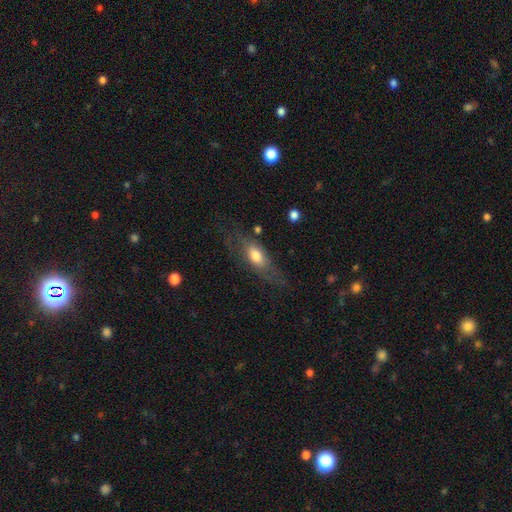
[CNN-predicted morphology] Smooth or featured? smooth (56%)
How rounded? in between (64%)
Merging? none (63%)